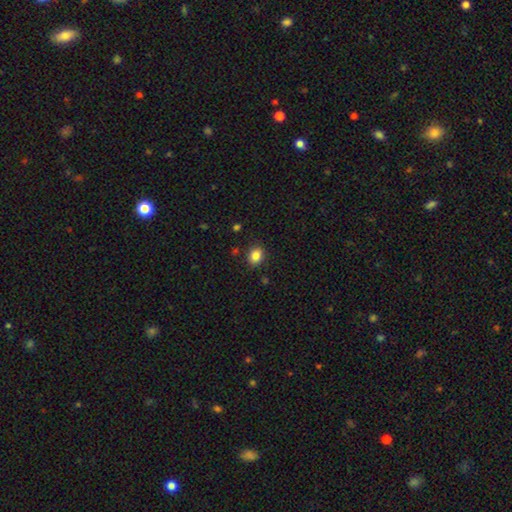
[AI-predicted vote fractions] Q: Smooth or featured?
A: smooth (85%); runner-up: star or artifact (10%)
Q: How rounded?
A: round (54%); runner-up: in between (45%)
Q: Merging?
A: none (86%); runner-up: minor disturbance (9%)